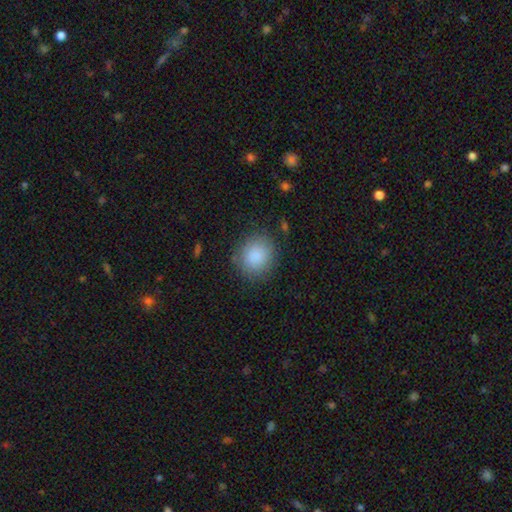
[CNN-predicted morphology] smooth 88%, star or artifact 7%, featured or disk 5%. Down the decision tree: how rounded — round (77%); merging — none (84%).